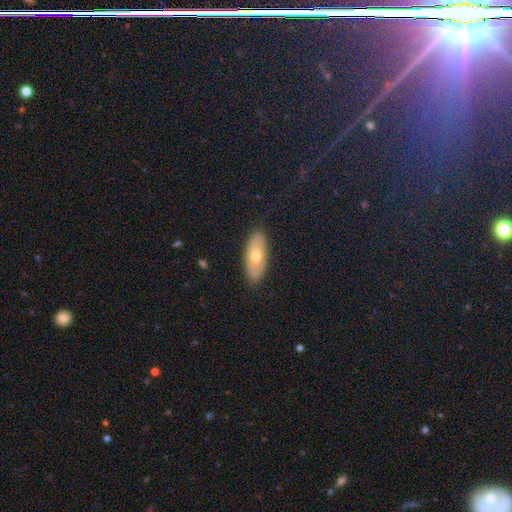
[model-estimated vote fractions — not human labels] This is likely a smooth galaxy (61%). How rounded: clearly in between (83%). Merging: clearly none (88%).